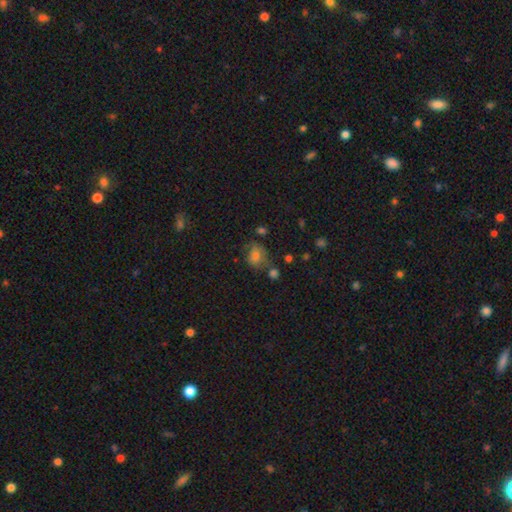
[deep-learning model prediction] This is likely a smooth galaxy (67%). How rounded: possibly round (53%). Merging: possibly none (51%).